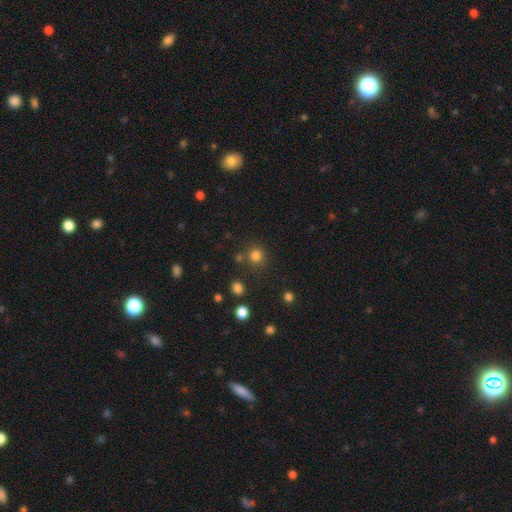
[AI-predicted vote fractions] Q: Smooth or featured?
A: smooth (79%); runner-up: star or artifact (16%)
Q: How rounded?
A: round (91%); runner-up: in between (8%)
Q: Merging?
A: none (80%); runner-up: merger (8%)